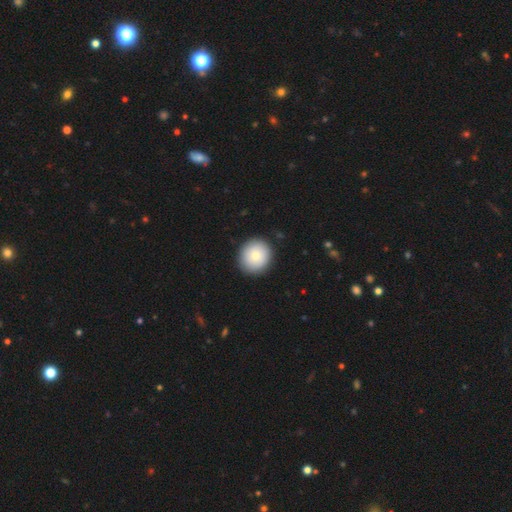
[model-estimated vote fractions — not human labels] Overall: smooth (78%). How rounded: round (86%). Merging: none (90%).